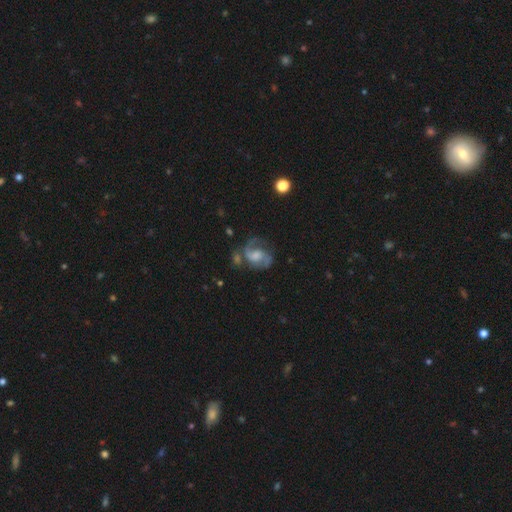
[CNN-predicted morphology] type=featured or disk (78%); edge-on=no (98%); bar=no (54%); spiral arms=yes (93%); winding=medium (53%); arm count=2 (81%); bulge=moderate (34%); merging=none (53%).